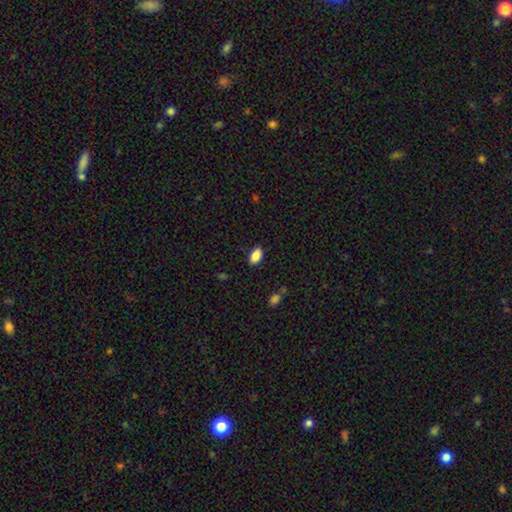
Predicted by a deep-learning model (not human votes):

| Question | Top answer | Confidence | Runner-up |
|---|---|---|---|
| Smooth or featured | smooth | 87% | star or artifact (8%) |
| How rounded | in between | 92% | round (6%) |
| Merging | none | 86% | minor disturbance (10%) |